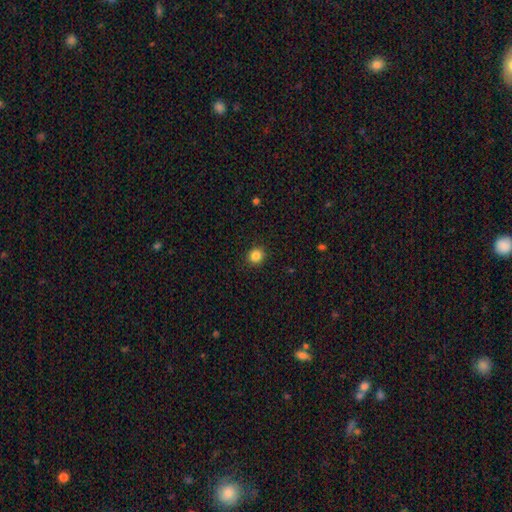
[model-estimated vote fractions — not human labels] Smooth or featured?
  - smooth: 85% *
  - star or artifact: 11%
  - featured or disk: 4%
How rounded?
  - round: 87% *
  - in between: 12%
  - cigar-shaped: 1%
Merging?
  - none: 91% *
  - minor disturbance: 6%
  - major disturbance: 2%
  - merger: 1%